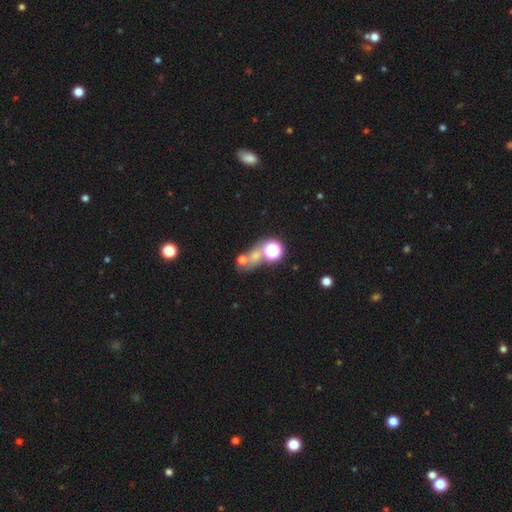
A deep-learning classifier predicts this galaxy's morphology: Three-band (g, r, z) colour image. It shows a smooth galaxy with no disk features (53%) that is round (66%). Merging: merger (42%).